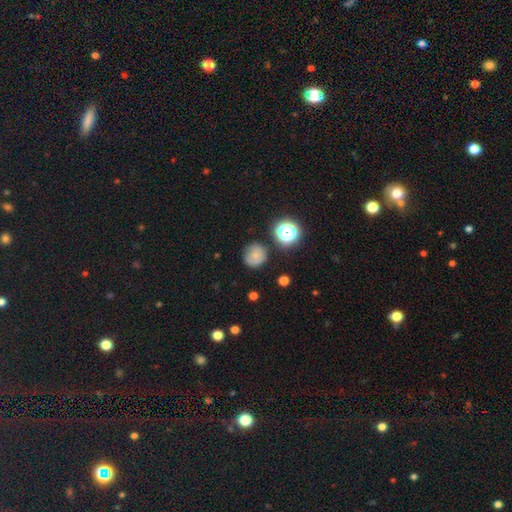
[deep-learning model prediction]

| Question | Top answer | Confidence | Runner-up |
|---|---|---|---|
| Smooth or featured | smooth | 68% | featured or disk (16%) |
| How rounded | round | 89% | in between (10%) |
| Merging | none | 75% | minor disturbance (17%) |